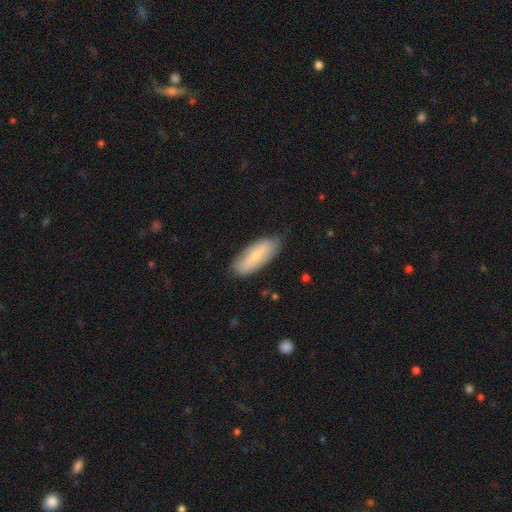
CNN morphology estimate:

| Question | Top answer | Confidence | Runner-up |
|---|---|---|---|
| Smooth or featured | smooth | 62% | featured or disk (32%) |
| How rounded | in between | 75% | cigar-shaped (23%) |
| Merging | none | 79% | minor disturbance (17%) |